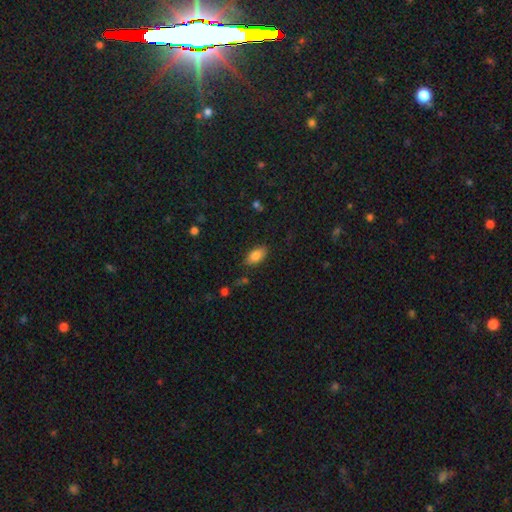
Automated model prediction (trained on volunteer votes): Smooth or featured? smooth (83%)
How rounded? in between (91%)
Merging? none (81%)